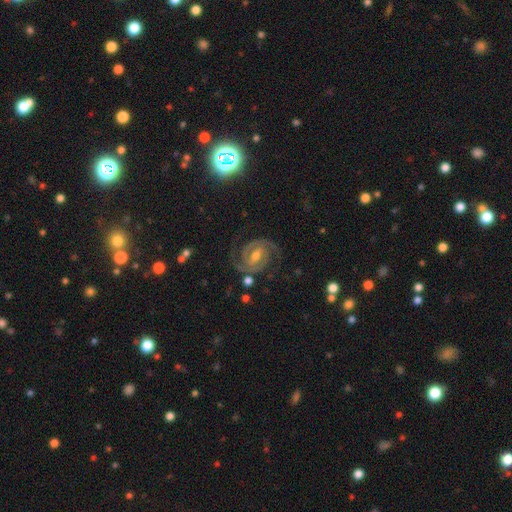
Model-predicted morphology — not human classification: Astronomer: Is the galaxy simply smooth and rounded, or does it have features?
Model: featured or disk — 90%.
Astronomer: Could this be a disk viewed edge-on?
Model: no — 98%.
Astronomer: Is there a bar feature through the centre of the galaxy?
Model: weak — 49% (runner-up: strong, 34%).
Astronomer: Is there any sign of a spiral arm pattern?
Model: yes — 98%.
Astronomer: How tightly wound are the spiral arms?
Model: tight — 56% (runner-up: medium, 39%).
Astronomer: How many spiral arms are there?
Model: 2 — 89%.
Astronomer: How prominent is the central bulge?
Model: moderate — 62%.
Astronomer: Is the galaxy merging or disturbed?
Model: none — 80%.